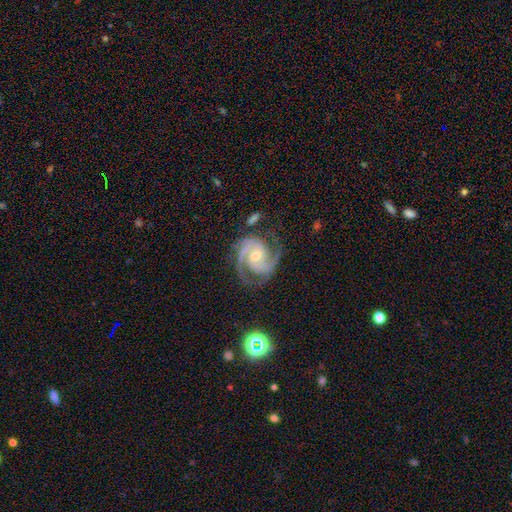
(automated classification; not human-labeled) The model was most divided on "bulge size": moderate: 49%, small: 48%, large: 2%, none: 1%, dominant: 1%. Remaining: spiral arms — yes (99%); edge-on disk — no (98%); smooth or featured — featured or disk (92%); merging — none (72%); spiral arm count — 2 (58%); bar — no (54%); spiral winding — medium (50%).